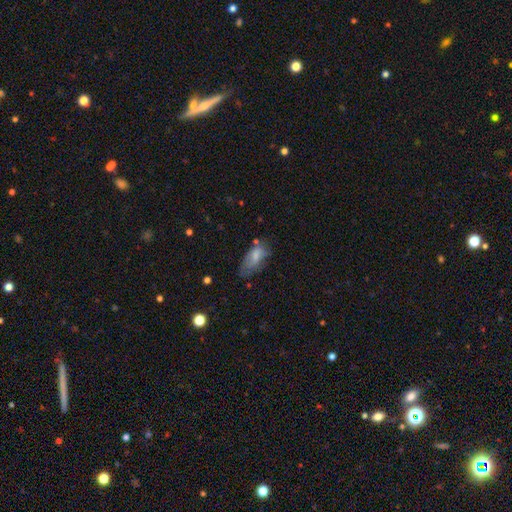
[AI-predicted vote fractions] The model was most divided on "merging": none: 37%, minor disturbance: 36%, major disturbance: 21%, merger: 6%. More confident: how rounded — in between (88%); smooth or featured — smooth (69%).